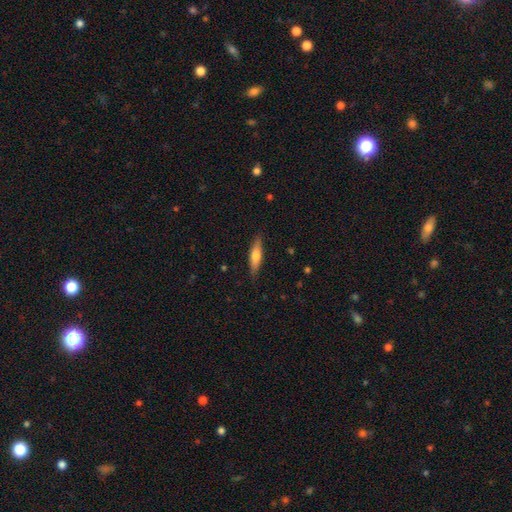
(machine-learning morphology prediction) Smooth or featured? Predicted: smooth (p=0.58). How rounded? Predicted: cigar-shaped (p=0.73). Merging? Predicted: none (p=0.87).